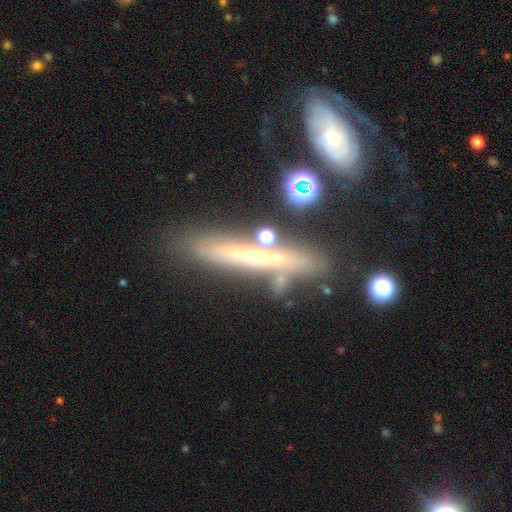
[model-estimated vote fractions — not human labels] A featured or disk galaxy (60%) viewed edge-on (79%).

Vote fractions:
- Smooth or featured? featured or disk: 60% / smooth: 28% / star or artifact: 12%
- Edge-on disk? yes: 79% / no: 21%
- Merging? none: 63% / minor disturbance: 17% / merger: 12% / major disturbance: 7%